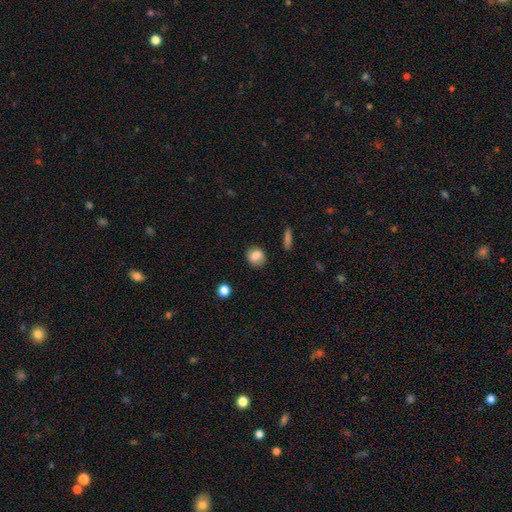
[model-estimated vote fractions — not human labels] A smooth galaxy with no disk features (79%) that is round (75%). Merging: none (82%).